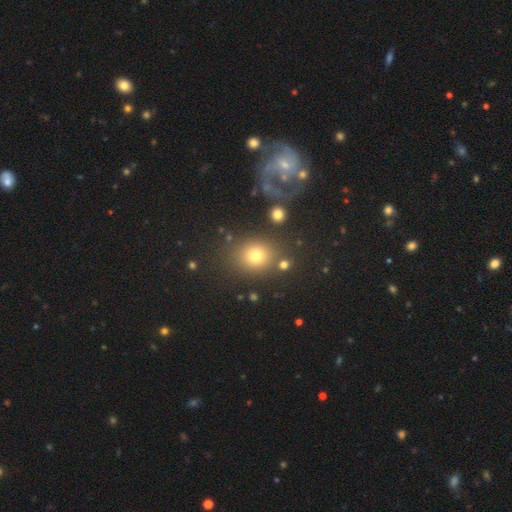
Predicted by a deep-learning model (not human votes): The model was most divided on "how rounded": round: 60%, in between: 39%, cigar-shaped: 1%. More confident: merging — none (77%); smooth or featured — smooth (67%).